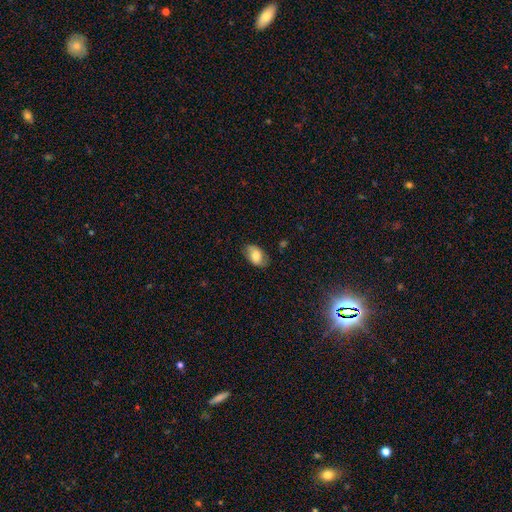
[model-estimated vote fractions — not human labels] Smooth or featured? smooth (74%)
How rounded? in between (89%)
Merging? none (73%)